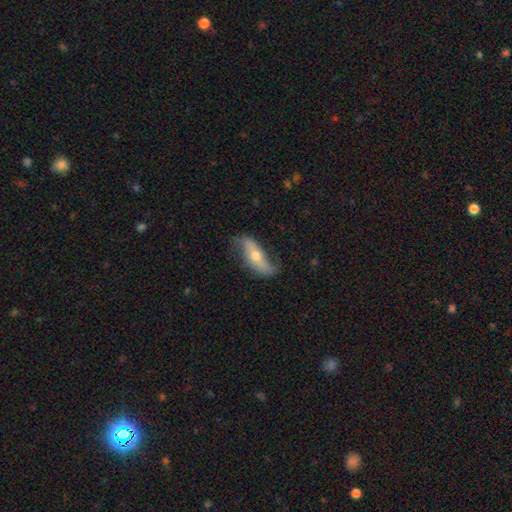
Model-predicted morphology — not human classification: Smooth or featured: featured or disk — 67% (smooth — 27%)
Edge-on disk: no — 78% (yes — 22%)
Bar: no — 48% (strong — 28%)
Spiral arms: yes — 84% (no — 16%)
Bulge size: moderate — 55% (small — 39%)
Merging: none — 68% (minor disturbance — 22%)